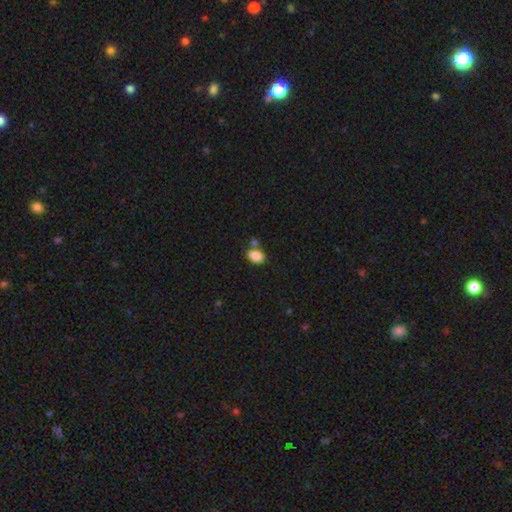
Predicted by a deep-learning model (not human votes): This appears to be a smooth galaxy with no disk features (86%) that is in between round and cigar-shaped (82%). Merging: none (64%).